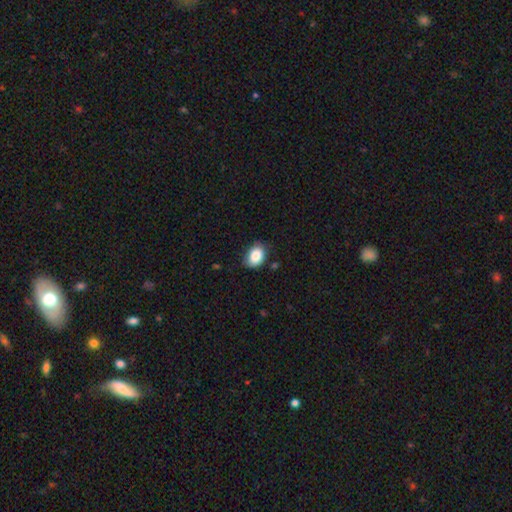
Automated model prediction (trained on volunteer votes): Smooth or featured?
  - smooth: 85% *
  - star or artifact: 8%
  - featured or disk: 7%
How rounded?
  - in between: 76% *
  - round: 23%
  - cigar-shaped: 1%
Merging?
  - none: 72% *
  - minor disturbance: 22%
  - major disturbance: 4%
  - merger: 2%